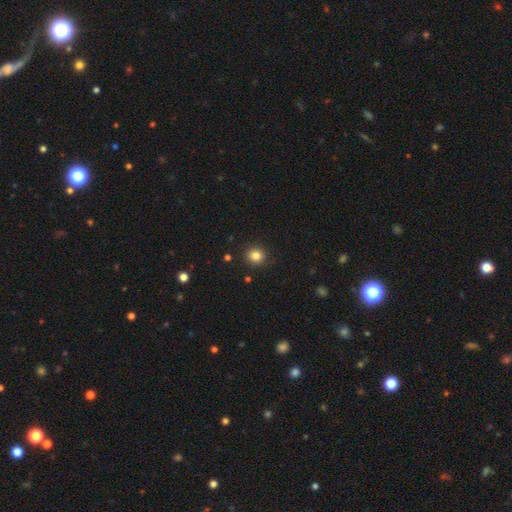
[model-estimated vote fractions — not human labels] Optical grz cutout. It shows a smooth galaxy with no disk features (84%) that is round (90%). Merging: none (91%).